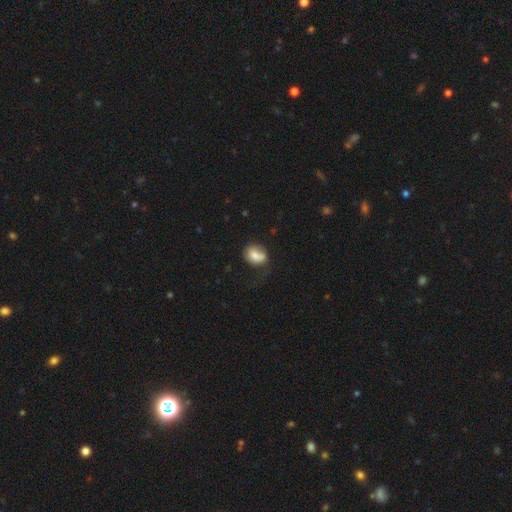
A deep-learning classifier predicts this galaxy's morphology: Smooth or featured?
  - smooth: 71% *
  - featured or disk: 19%
  - star or artifact: 9%
How rounded?
  - in between: 53% *
  - round: 45%
  - cigar-shaped: 1%
Merging?
  - none: 44% *
  - minor disturbance: 27%
  - major disturbance: 15%
  - merger: 14%